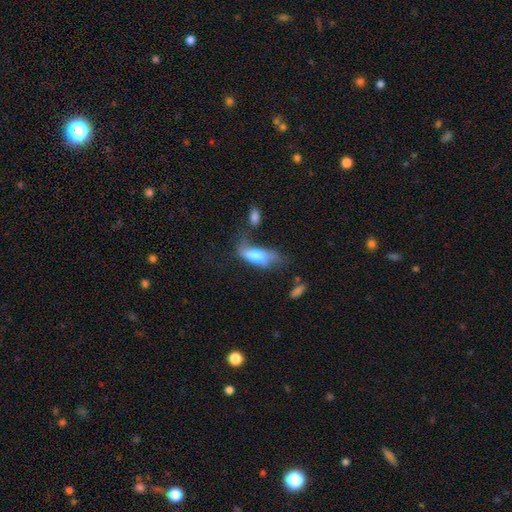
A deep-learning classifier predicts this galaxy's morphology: Overall: smooth (65%; featured or disk 27%). How rounded: in between (75%). Merging: major disturbance (35%; minor disturbance 28%).